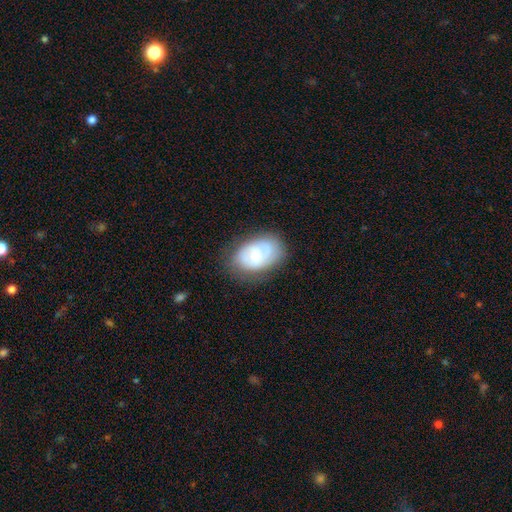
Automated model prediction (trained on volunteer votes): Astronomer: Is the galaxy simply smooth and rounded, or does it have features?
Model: featured or disk — 47% (runner-up: smooth, 46%).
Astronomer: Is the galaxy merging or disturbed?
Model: none — 73%.